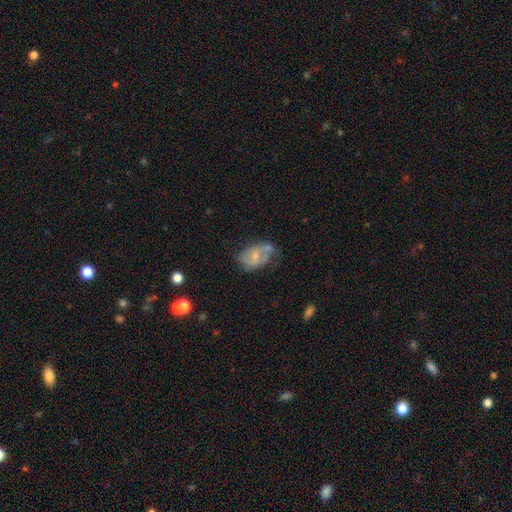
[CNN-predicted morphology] This is possibly a featured or disk galaxy (59%). It is clearly not viewed edge-on (96%). Bar: possibly no (48%). Spiral arm pattern: likely yes (71%). Central bulge: possibly small (53%). Merging: possibly none (46%).